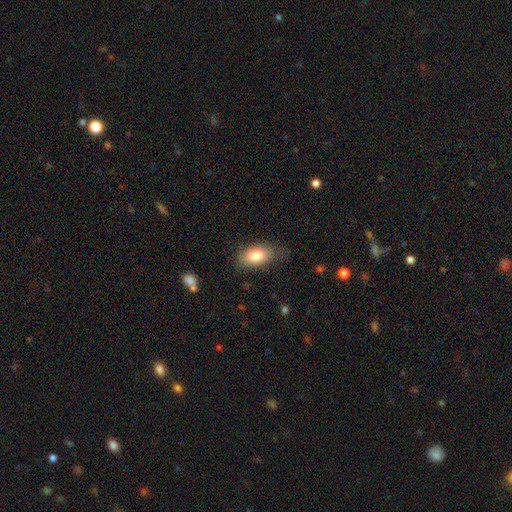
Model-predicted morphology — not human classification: Smooth or featured: smooth — 80% (featured or disk — 13%)
How rounded: in between — 90% (round — 6%)
Merging: none — 71% (minor disturbance — 21%)